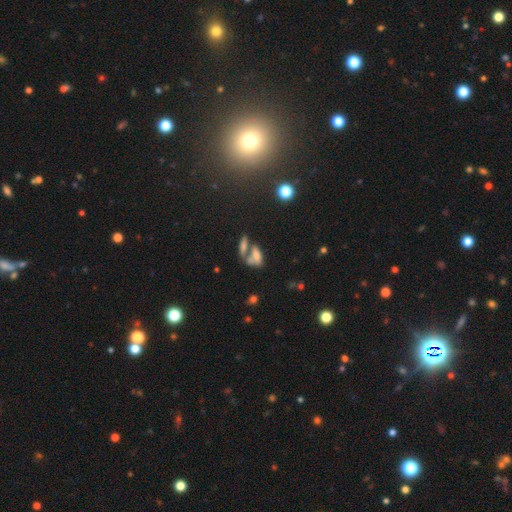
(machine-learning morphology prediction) A smooth galaxy with no disk features (60%) that is in between round and cigar-shaped (75%).

Vote fractions:
- Smooth or featured? smooth: 60% / featured or disk: 24% / star or artifact: 15%
- How rounded? in between: 75% / cigar-shaped: 18% / round: 7%
- Merging? merger: 55% / none: 27% / minor disturbance: 10% / major disturbance: 8%